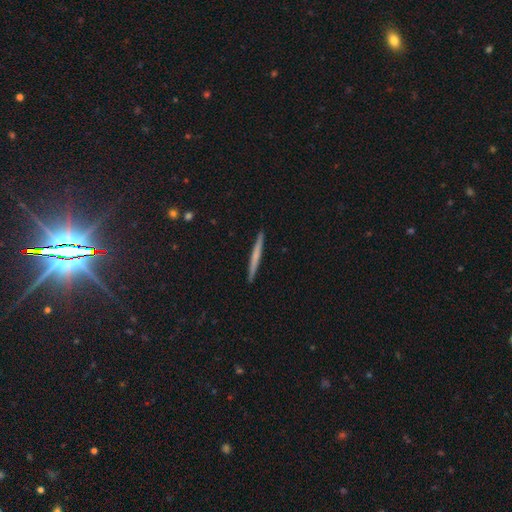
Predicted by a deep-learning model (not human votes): smooth 52%, featured or disk 43%, star or artifact 5%. Down the decision tree: how rounded — cigar-shaped (97%); merging — none (93%).